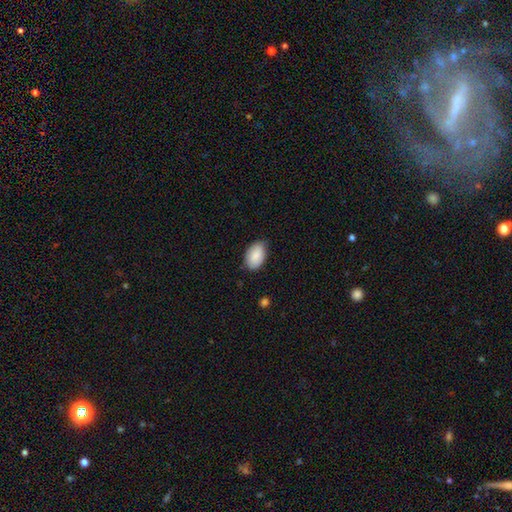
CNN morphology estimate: The model was most divided on "merging": none: 72%, minor disturbance: 24%, major disturbance: 3%, merger: 1%. More confident: how rounded — in between (92%); smooth or featured — smooth (88%).